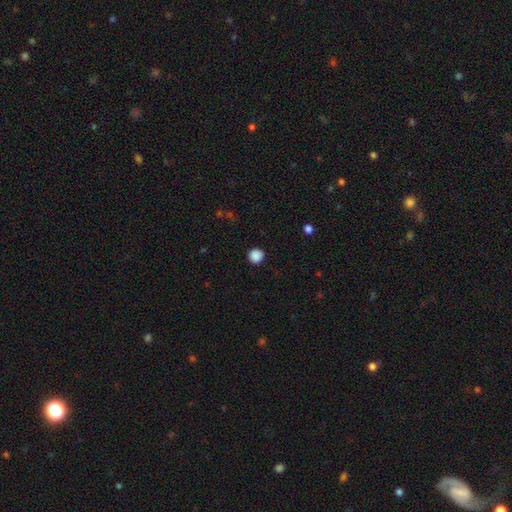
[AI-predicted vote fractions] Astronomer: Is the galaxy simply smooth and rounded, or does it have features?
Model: smooth — 87%.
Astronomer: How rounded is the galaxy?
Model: round — 92%.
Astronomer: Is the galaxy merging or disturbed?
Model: none — 88%.